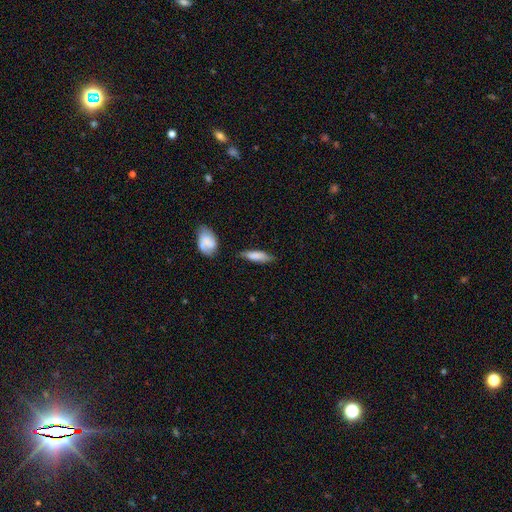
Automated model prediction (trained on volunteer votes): Smooth or featured?
  - smooth: 78% *
  - featured or disk: 16%
  - star or artifact: 6%
How rounded?
  - cigar-shaped: 53% *
  - in between: 45%
  - round: 2%
Merging?
  - none: 67% *
  - minor disturbance: 23%
  - merger: 5%
  - major disturbance: 5%